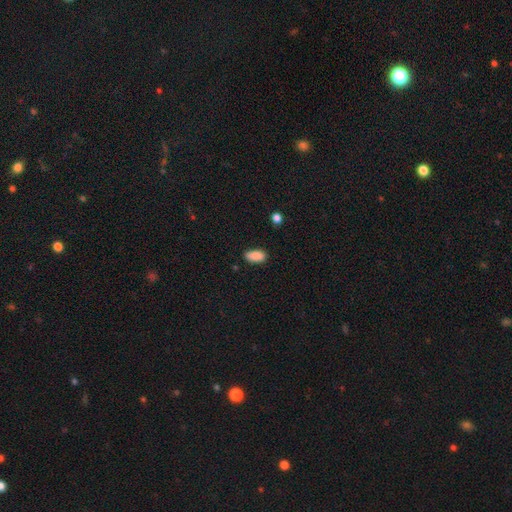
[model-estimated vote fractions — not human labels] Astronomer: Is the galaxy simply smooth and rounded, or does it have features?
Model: smooth — 88%.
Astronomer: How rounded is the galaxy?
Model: in between — 89%.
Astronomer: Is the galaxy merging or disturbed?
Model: none — 78%.